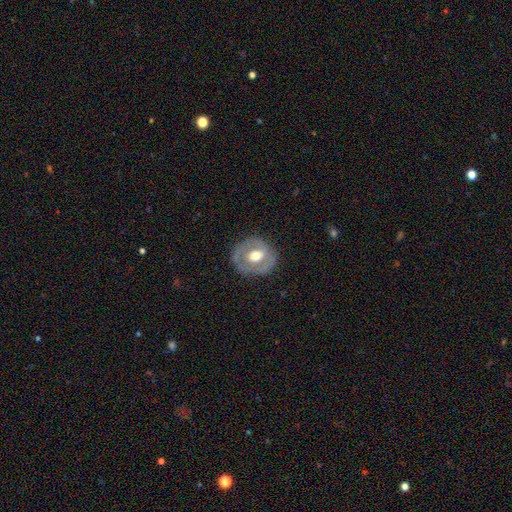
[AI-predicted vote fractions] Overall: featured or disk (56%; smooth 38%). Edge-on disk: no (95%). Bar: no (63%; weak 27%). Spiral arms: no (75%). Bulge size: moderate (68%). Merging: none (76%).